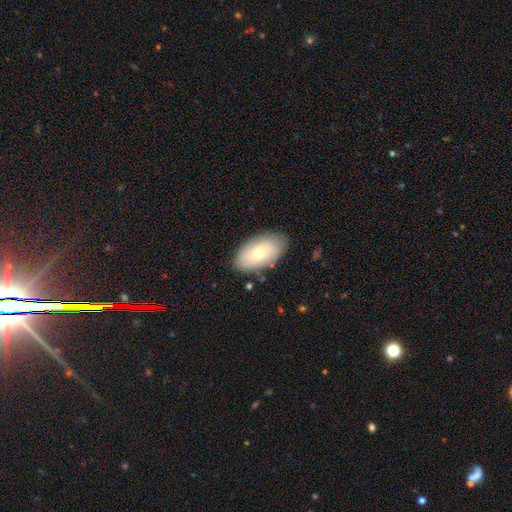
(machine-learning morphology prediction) smooth_or_featured: smooth (p=0.62) [alt: featured or disk p=0.27]
how_rounded: in between (p=0.93) [alt: round p=0.05]
merging: none (p=0.85) [alt: minor disturbance p=0.11]